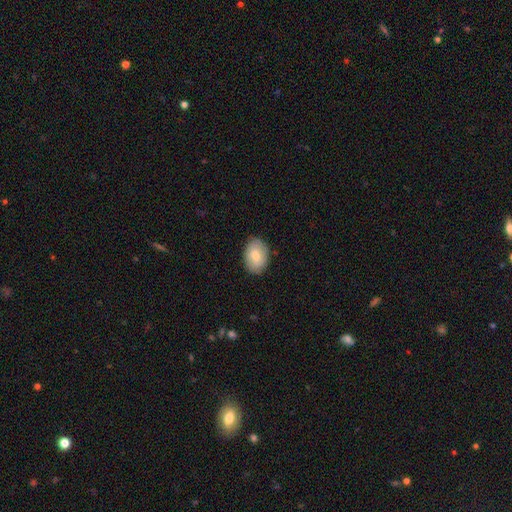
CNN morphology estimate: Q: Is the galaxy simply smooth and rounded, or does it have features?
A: smooth — 76%.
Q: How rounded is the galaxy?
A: in between — 84%.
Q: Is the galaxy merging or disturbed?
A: none — 85%.